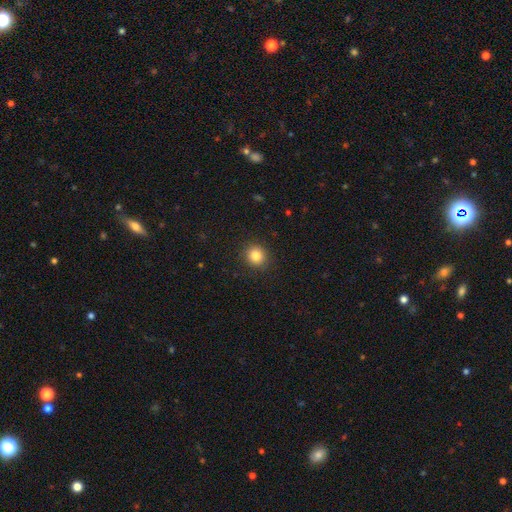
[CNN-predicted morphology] smooth-or-featured: smooth: 84% | star or artifact: 11% | featured or disk: 5%
  how-rounded: round: 89% | in between: 10% | cigar-shaped: 1%
  merging: none: 91% | minor disturbance: 6% | major disturbance: 2% | merger: 1%